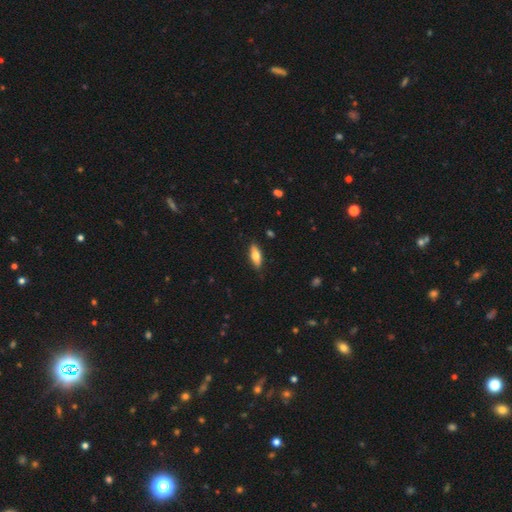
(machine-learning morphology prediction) A smooth galaxy with no disk features (70%) that is in between round and cigar-shaped (63%).

Vote fractions:
- Smooth or featured? smooth: 70% / featured or disk: 24% / star or artifact: 6%
- How rounded? in between: 63% / cigar-shaped: 35% / round: 2%
- Merging? none: 86% / minor disturbance: 11% / major disturbance: 2% / merger: 1%